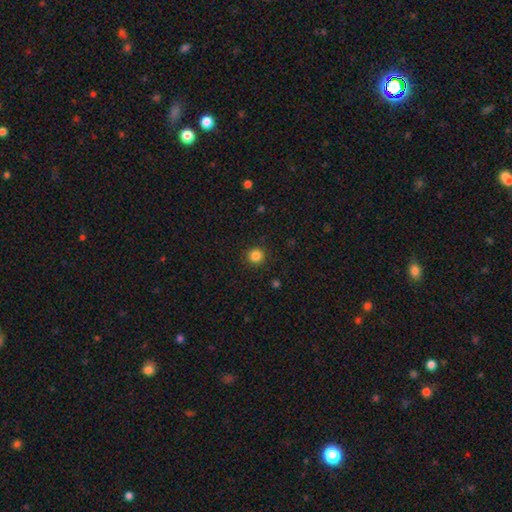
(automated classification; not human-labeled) A smooth galaxy with no disk features (85%) that is round (94%).

Vote fractions:
- Smooth or featured? smooth: 85% / star or artifact: 12% / featured or disk: 4%
- How rounded? round: 94% / in between: 5% / cigar-shaped: 1%
- Merging? none: 92% / minor disturbance: 5% / major disturbance: 2% / merger: 1%